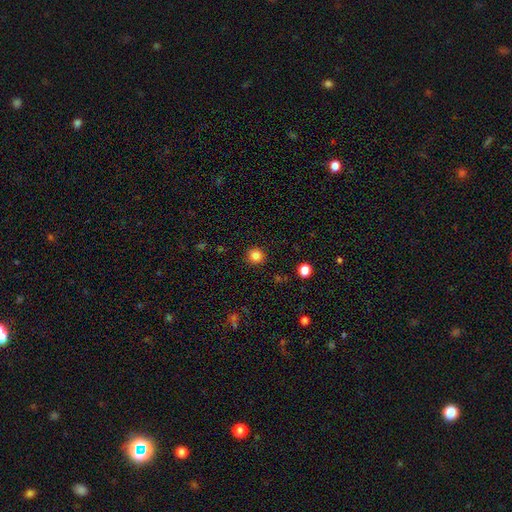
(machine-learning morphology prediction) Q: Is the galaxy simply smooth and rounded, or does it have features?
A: smooth — 84%.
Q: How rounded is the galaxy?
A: round — 94%.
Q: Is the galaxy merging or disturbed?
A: none — 91%.